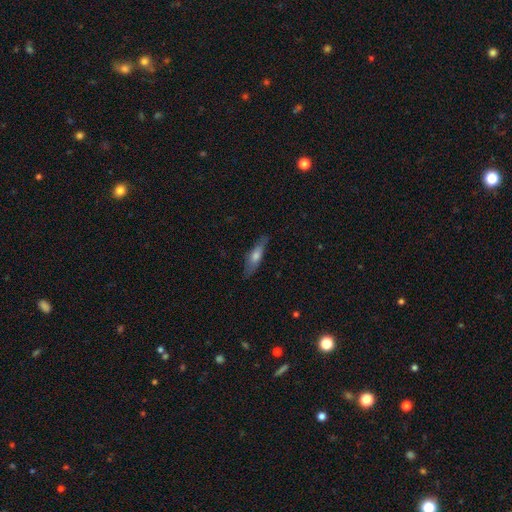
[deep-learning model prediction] Smooth or featured? Predicted: smooth (p=0.54). How rounded? Predicted: cigar-shaped (p=0.68). Merging? Predicted: none (p=0.81).